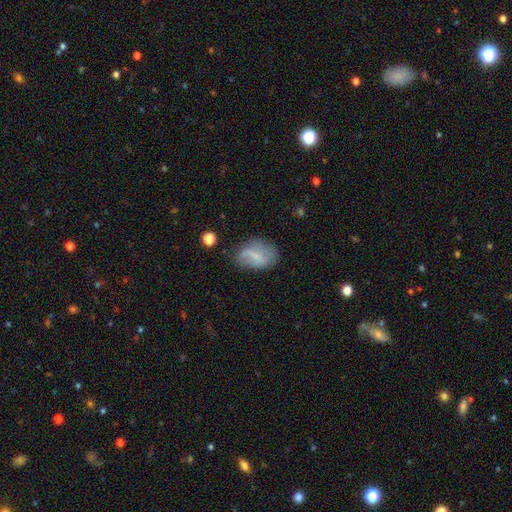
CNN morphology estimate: This is possibly a smooth galaxy (50%). How rounded: clearly in between (84%). Merging: possibly none (55%).